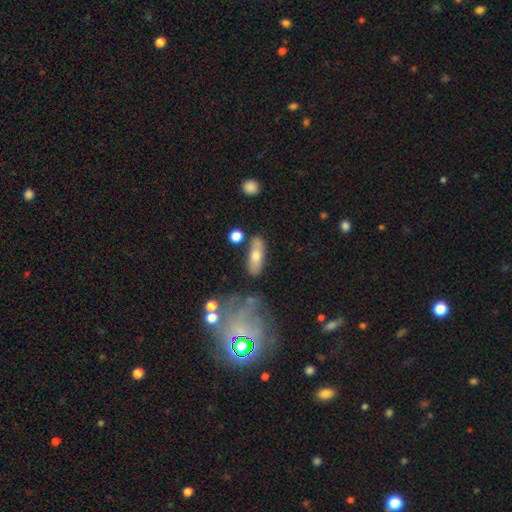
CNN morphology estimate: type=smooth (63%); roundness=in between (62%); merging=none (72%).